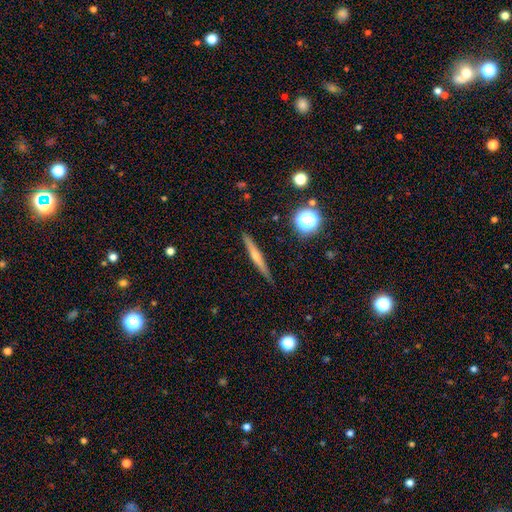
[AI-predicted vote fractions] The model was most divided on "smooth or featured": featured or disk: 57%, smooth: 34%, star or artifact: 9%. More confident: edge-on disk — yes (97%); merging — none (89%); edge-on bulge — rounded (65%).